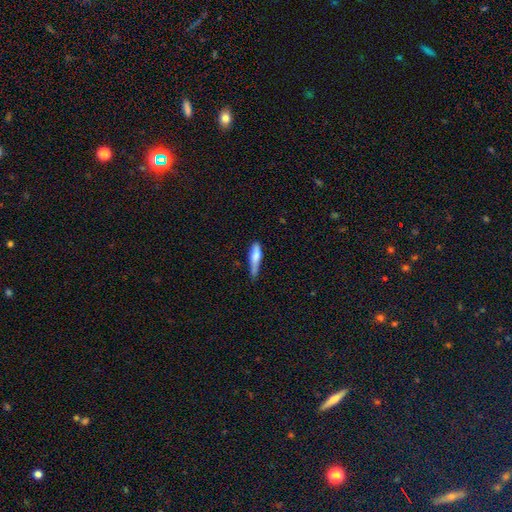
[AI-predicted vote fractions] The model was most divided on "merging": none: 47%, minor disturbance: 38%, major disturbance: 10%, merger: 4%. More confident: smooth or featured — smooth (75%); how rounded — cigar-shaped (74%).